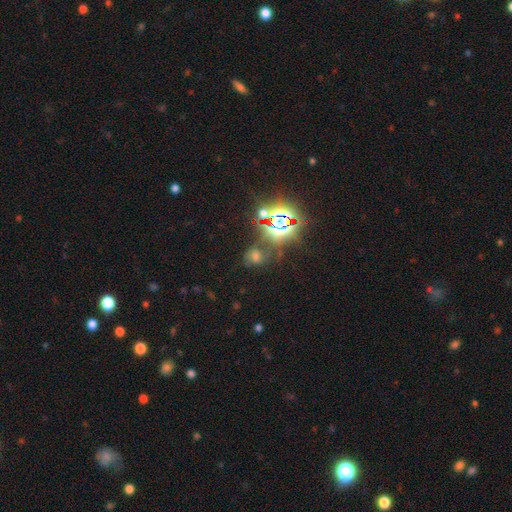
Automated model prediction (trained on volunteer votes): A star or artifact, not a galaxy (48%).

Vote fractions:
- Smooth or featured? star or artifact: 48% / smooth: 36% / featured or disk: 16%